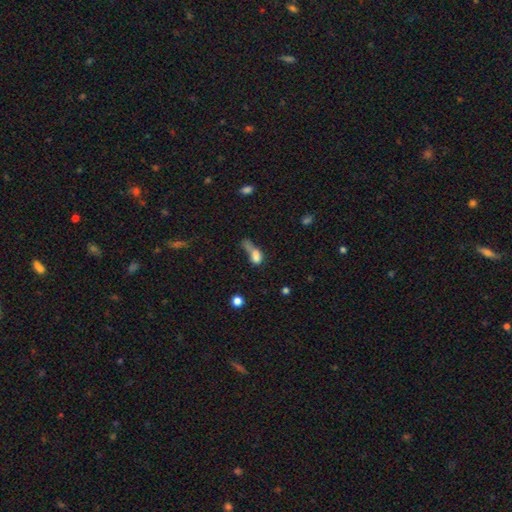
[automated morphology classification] This is likely a smooth galaxy (68%). How rounded: likely in between (65%). Merging: marginally merger (44%).